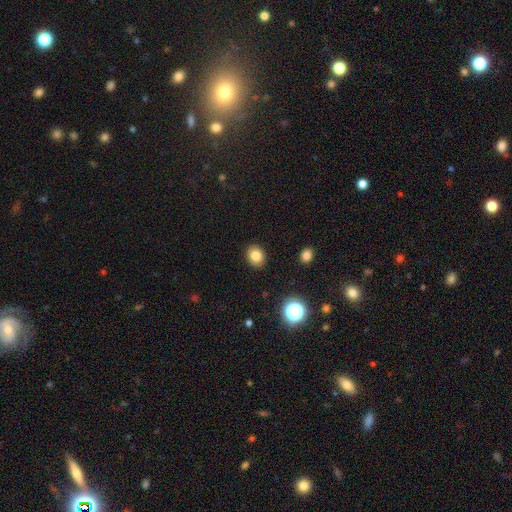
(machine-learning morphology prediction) This is clearly a smooth galaxy (82%). How rounded: possibly round (56%). Merging: clearly none (90%).